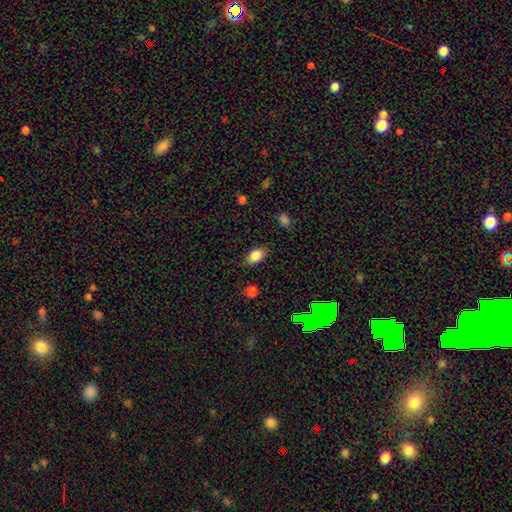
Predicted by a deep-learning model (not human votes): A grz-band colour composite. It shows a smooth galaxy with no disk features (84%) that is in between round and cigar-shaped (80%). Merging: none (81%).